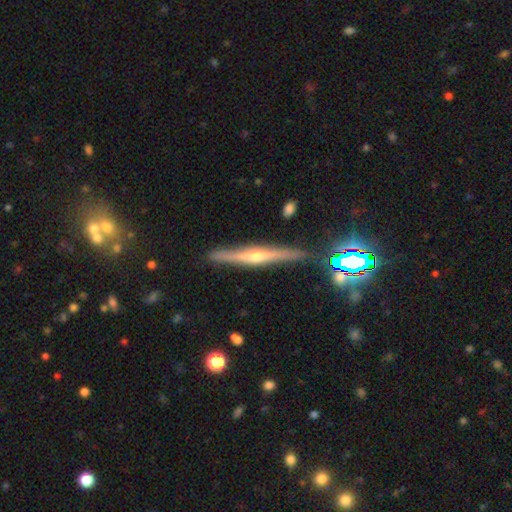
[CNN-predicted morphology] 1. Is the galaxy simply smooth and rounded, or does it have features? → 75% featured or disk, 15% smooth, 10% star or artifact.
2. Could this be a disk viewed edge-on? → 97% yes, 3% no.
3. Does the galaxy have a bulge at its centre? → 86% rounded, 10% none, 4% boxy.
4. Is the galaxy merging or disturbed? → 88% none, 8% minor disturbance, 2% merger, 2% major disturbance.